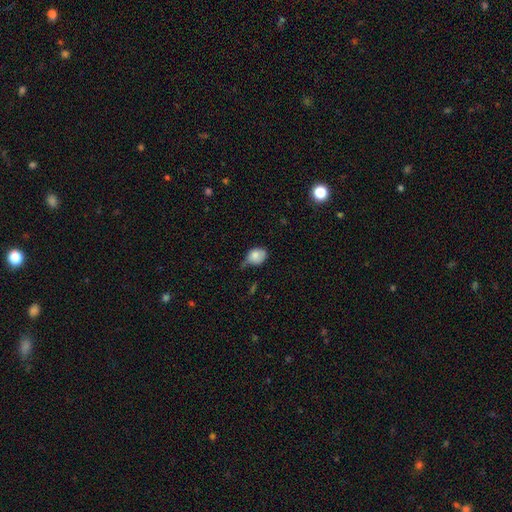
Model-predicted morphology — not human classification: A smooth galaxy with no disk features (79%) that is in between round and cigar-shaped (66%). Merging: minor disturbance (45%).